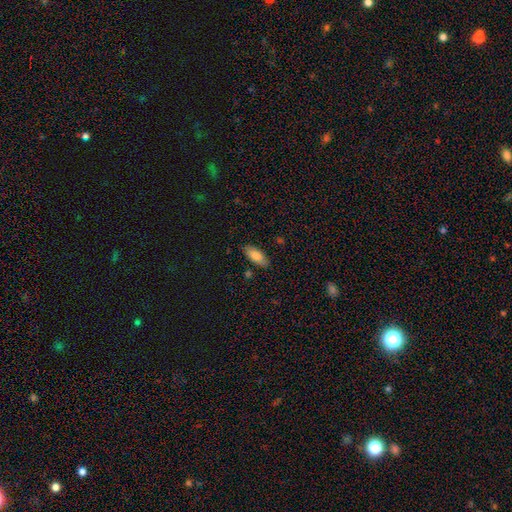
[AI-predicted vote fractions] A smooth galaxy with no disk features (80%) that is in between round and cigar-shaped (84%).

Vote fractions:
- Smooth or featured? smooth: 80% / featured or disk: 14% / star or artifact: 7%
- How rounded? in between: 84% / cigar-shaped: 14% / round: 2%
- Merging? none: 85% / minor disturbance: 11% / major disturbance: 2% / merger: 2%